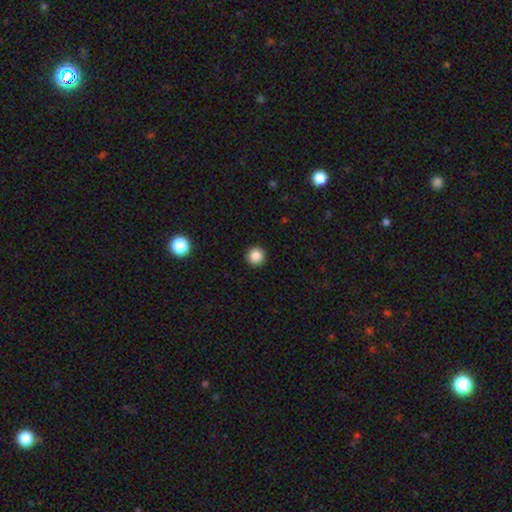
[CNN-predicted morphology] type=smooth (86%); roundness=round (95%); merging=none (93%).